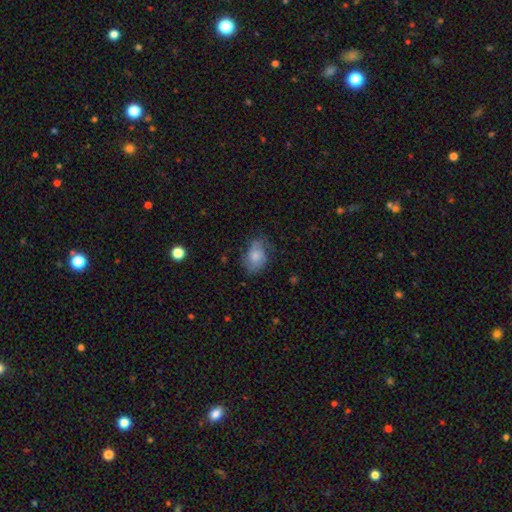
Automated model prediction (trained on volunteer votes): Morphology: type=smooth (56%); roundness=in between (70%); merging=none (55%).